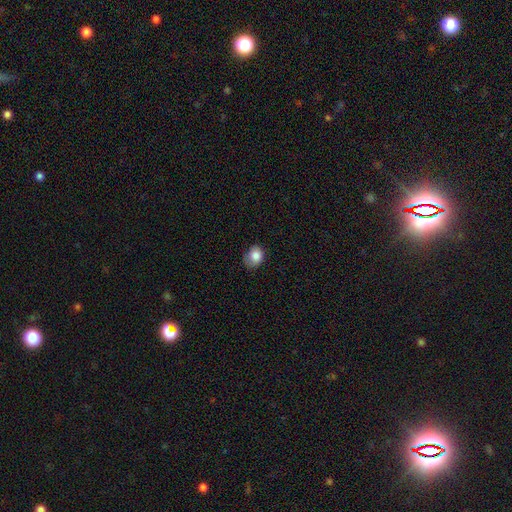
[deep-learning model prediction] smooth-or-featured: smooth: 83% | star or artifact: 9% | featured or disk: 8%
  how-rounded: round: 50% | in between: 49% | cigar-shaped: 1%
  merging: none: 59% | minor disturbance: 31% | major disturbance: 8% | merger: 1%